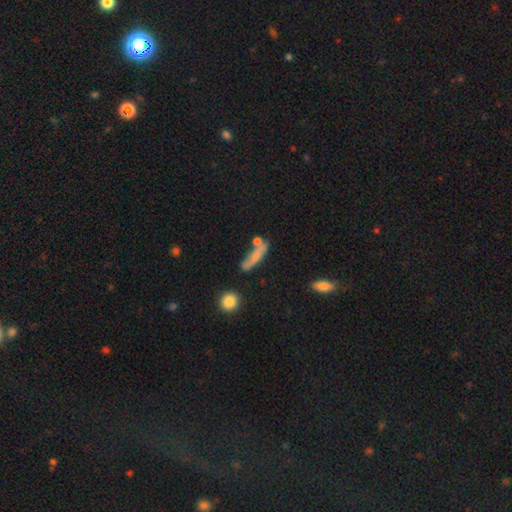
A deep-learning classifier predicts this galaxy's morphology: smooth 60%, featured or disk 31%, star or artifact 9%. Down the decision tree: how rounded — cigar-shaped (70%); merging — none (49%).